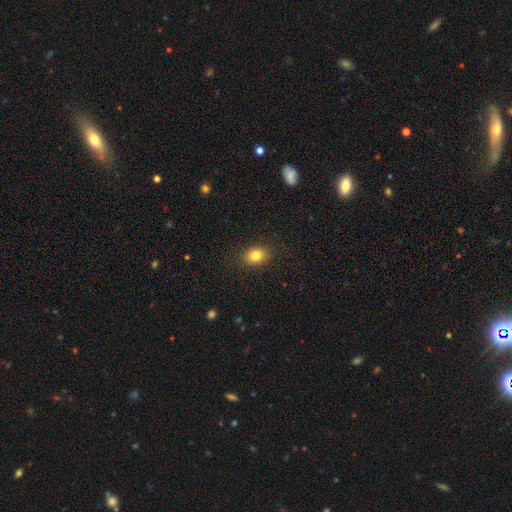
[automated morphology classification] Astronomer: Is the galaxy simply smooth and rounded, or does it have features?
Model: smooth — 82%.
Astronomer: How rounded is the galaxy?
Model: in between — 54% (runner-up: round, 45%).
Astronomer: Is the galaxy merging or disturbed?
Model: none — 88%.